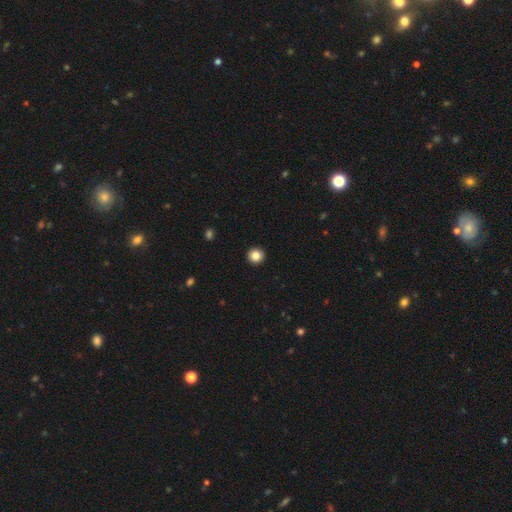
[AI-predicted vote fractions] This is clearly a smooth galaxy (86%). How rounded: clearly round (96%). Merging: clearly none (94%).